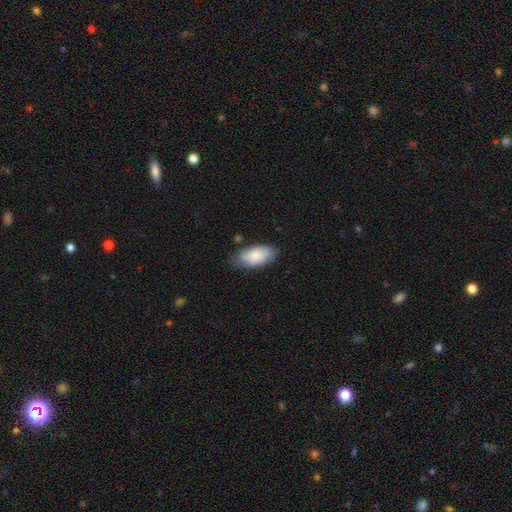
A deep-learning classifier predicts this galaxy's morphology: smooth 81%, featured or disk 13%, star or artifact 6%. Down the decision tree: how rounded — in between (93%); merging — none (64%).